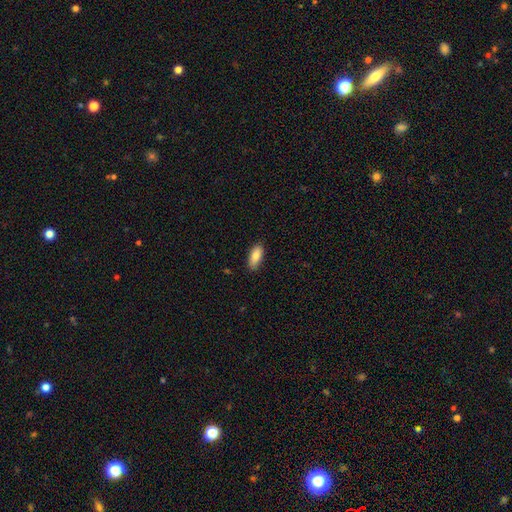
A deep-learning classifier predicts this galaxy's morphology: This is clearly a smooth galaxy (86%). How rounded: clearly in between (85%). Merging: clearly none (84%).